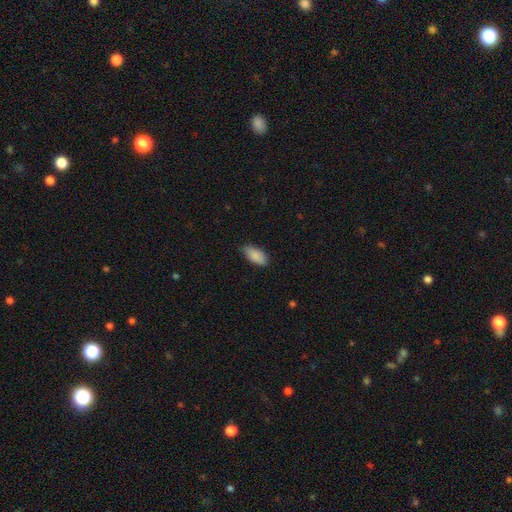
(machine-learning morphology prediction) Smooth or featured?
  - smooth: 88% *
  - star or artifact: 6%
  - featured or disk: 6%
How rounded?
  - in between: 90% *
  - cigar-shaped: 8%
  - round: 2%
Merging?
  - none: 84% *
  - minor disturbance: 13%
  - major disturbance: 2%
  - merger: 1%